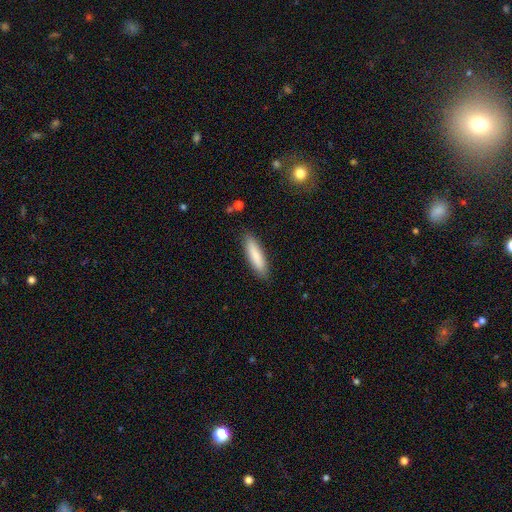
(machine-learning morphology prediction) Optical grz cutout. It shows a smooth galaxy with no disk features (82%) that is cigar-shaped (71%). Merging: none (88%).